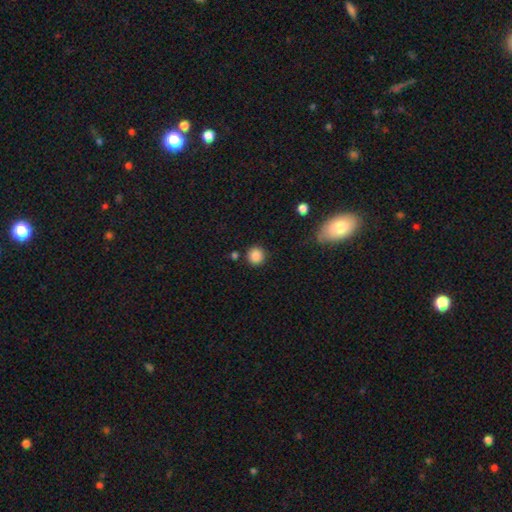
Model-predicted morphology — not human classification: The model was most divided on "smooth or featured": smooth: 87%, star or artifact: 10%, featured or disk: 3%. More confident: how rounded — round (93%); merging — none (87%).